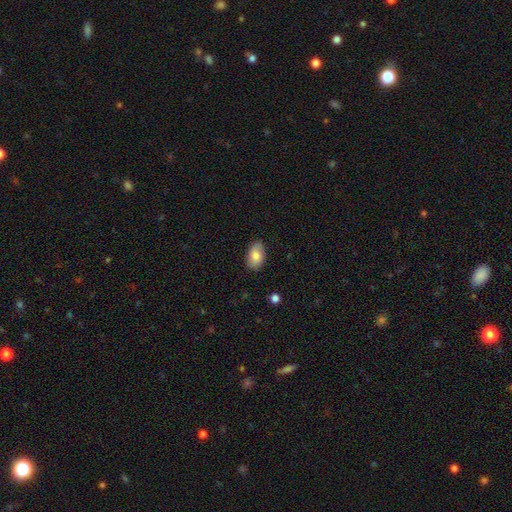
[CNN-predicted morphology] Overall: smooth (81%). How rounded: in between (91%). Merging: none (86%).